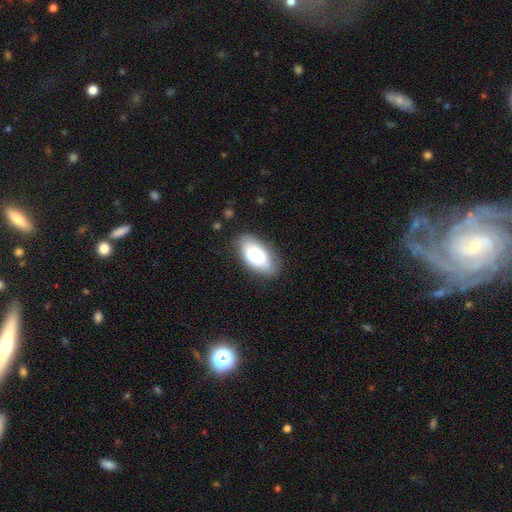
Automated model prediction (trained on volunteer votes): smooth 79%, featured or disk 14%, star or artifact 6%. Down the decision tree: how rounded — in between (94%); merging — none (79%).